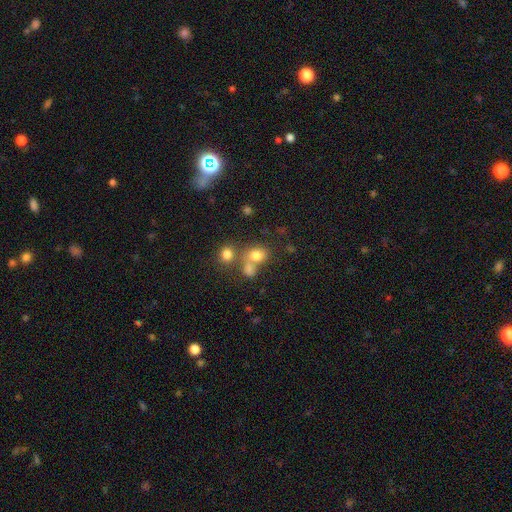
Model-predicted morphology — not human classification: Smooth or featured?
  - smooth: 74% *
  - star or artifact: 14%
  - featured or disk: 11%
How rounded?
  - in between: 50% *
  - round: 49%
  - cigar-shaped: 1%
Merging?
  - none: 43% *
  - merger: 38%
  - minor disturbance: 11%
  - major disturbance: 7%